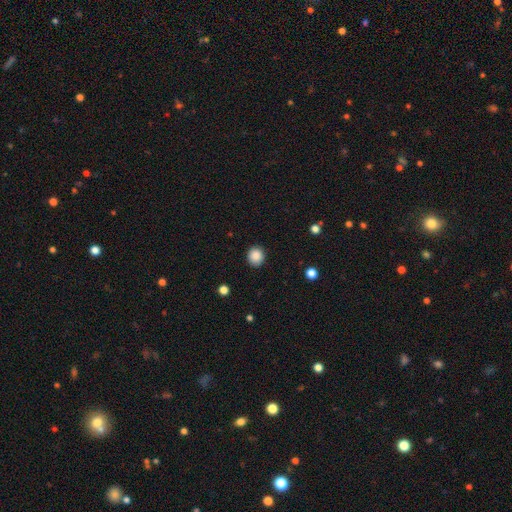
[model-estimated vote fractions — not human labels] Smooth or featured? Predicted: smooth (p=0.88). How rounded? Predicted: round (p=0.84). Merging? Predicted: none (p=0.90).